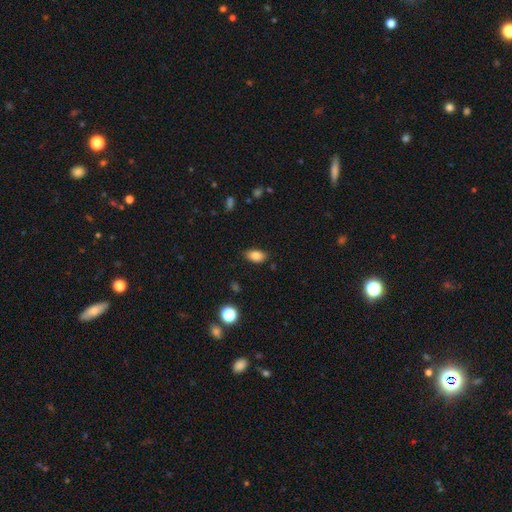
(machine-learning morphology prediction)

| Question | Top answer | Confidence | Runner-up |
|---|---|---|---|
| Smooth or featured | smooth | 84% | star or artifact (10%) |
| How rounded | in between | 88% | round (10%) |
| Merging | none | 84% | minor disturbance (12%) |